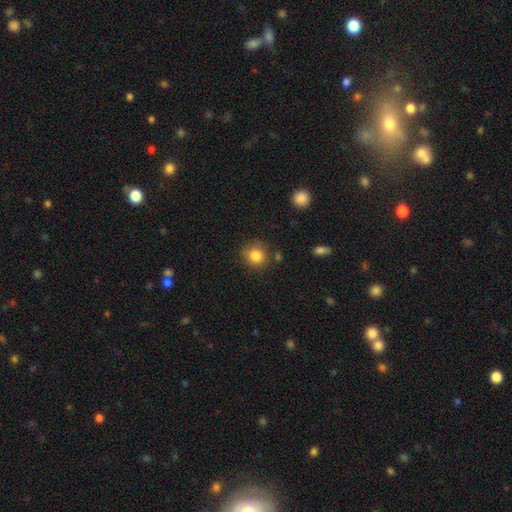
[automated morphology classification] The model was most divided on "merging": none: 79%, minor disturbance: 12%, merger: 4%, major disturbance: 4%. More confident: how rounded — round (88%); smooth or featured — smooth (84%).